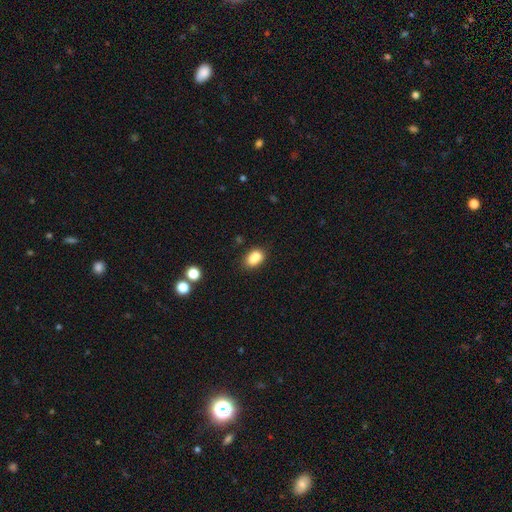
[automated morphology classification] smooth_or_featured: smooth (p=0.85) [alt: star or artifact p=0.09]
how_rounded: in between (p=0.84) [alt: round p=0.15]
merging: none (p=0.70) [alt: minor disturbance p=0.17]